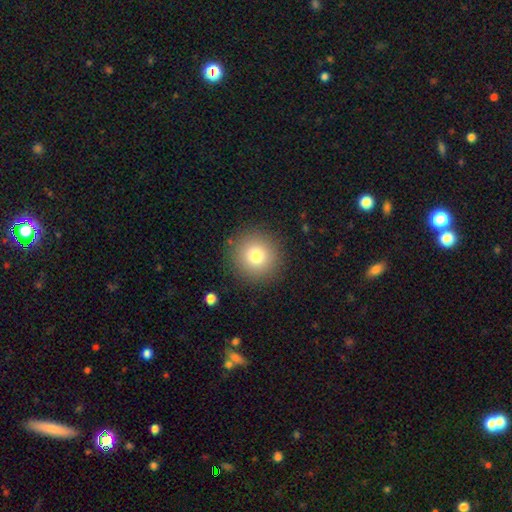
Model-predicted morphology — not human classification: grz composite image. It shows a smooth galaxy with no disk features (78%) that is round (95%). Merging: none (90%).